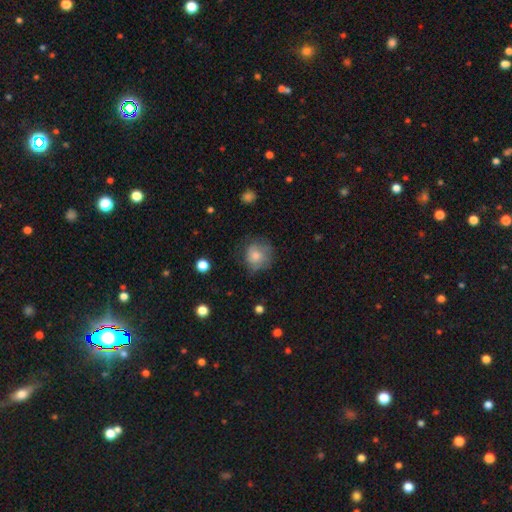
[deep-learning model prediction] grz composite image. It shows a smooth galaxy with no disk features (72%) that is round (83%). Merging: none (57%).